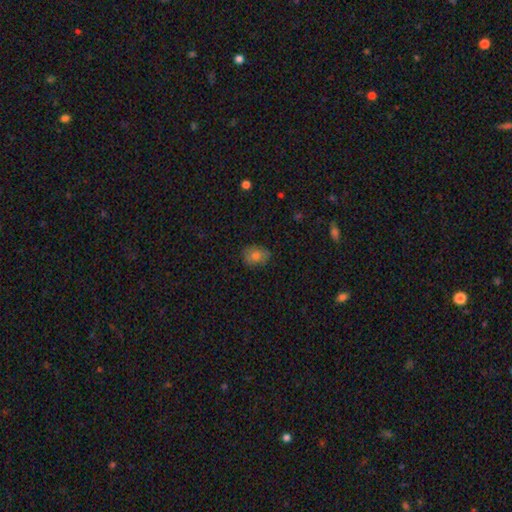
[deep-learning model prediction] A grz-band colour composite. It shows a smooth galaxy with no disk features (78%) that is in between round and cigar-shaped (59%). Merging: none (79%).